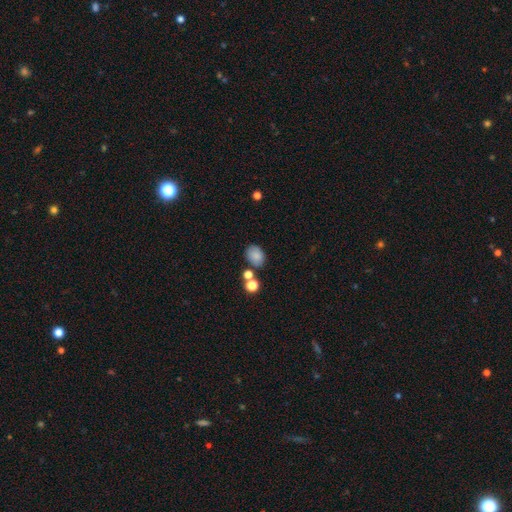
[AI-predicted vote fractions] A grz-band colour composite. It shows a smooth galaxy with no disk features (83%) that is in between round and cigar-shaped (68%). Merging: none (71%).